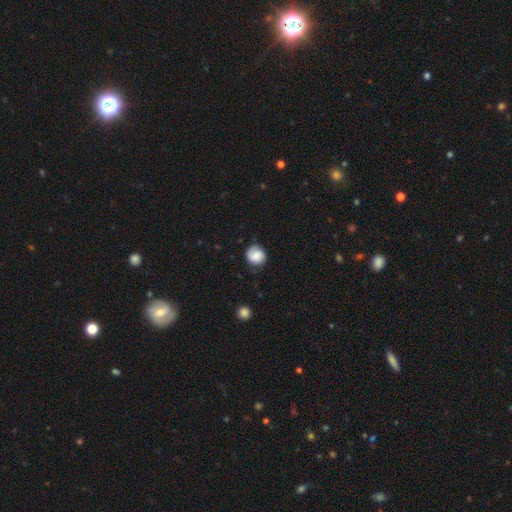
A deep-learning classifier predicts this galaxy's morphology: Smooth or featured? smooth (74%)
How rounded? round (84%)
Merging? none (69%)